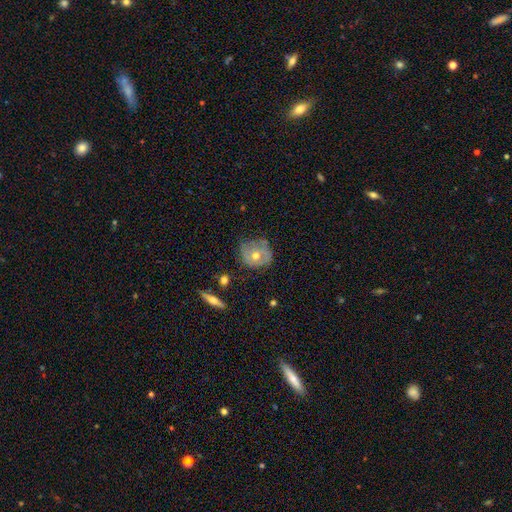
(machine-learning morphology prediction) Smooth or featured: featured or disk — 49% (smooth — 42%)
Merging: none — 55% (minor disturbance — 32%)